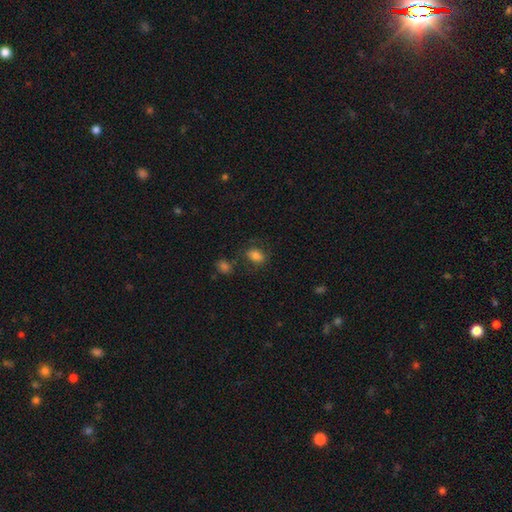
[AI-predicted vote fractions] Q: Smooth or featured?
A: smooth (79%); runner-up: featured or disk (11%)
Q: How rounded?
A: in between (73%); runner-up: round (25%)
Q: Merging?
A: none (70%); runner-up: minor disturbance (17%)